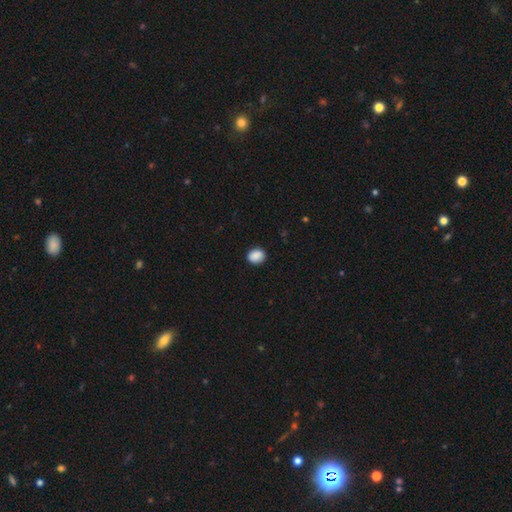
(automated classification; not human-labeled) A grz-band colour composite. It shows a smooth galaxy with no disk features (89%) that is round (52%). Merging: none (89%).